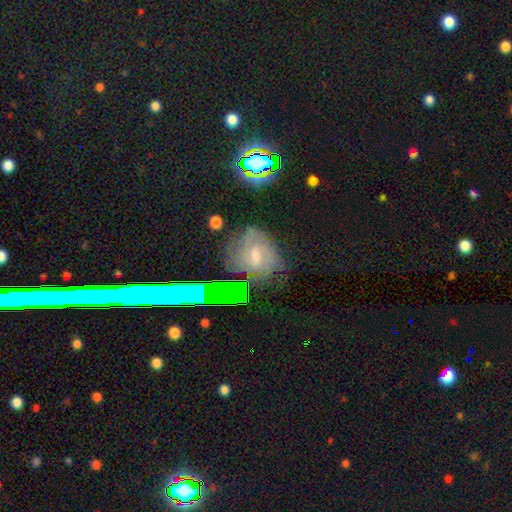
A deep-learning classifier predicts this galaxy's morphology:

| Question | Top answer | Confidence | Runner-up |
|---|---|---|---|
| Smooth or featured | featured or disk | 59% | smooth (28%) |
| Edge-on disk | no | 95% | yes (5%) |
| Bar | weak | 52% | no (28%) |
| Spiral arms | yes | 82% | no (18%) |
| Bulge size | moderate | 42% | small (30%) |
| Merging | none | 61% | minor disturbance (23%) |